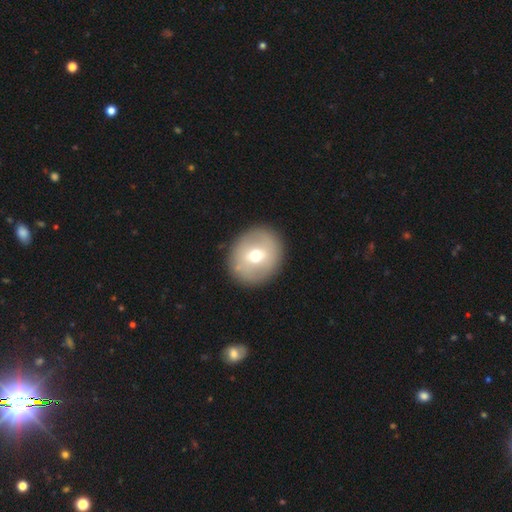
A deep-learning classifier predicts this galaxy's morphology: Smooth or featured? smooth (59%)
How rounded? round (77%)
Merging? none (88%)